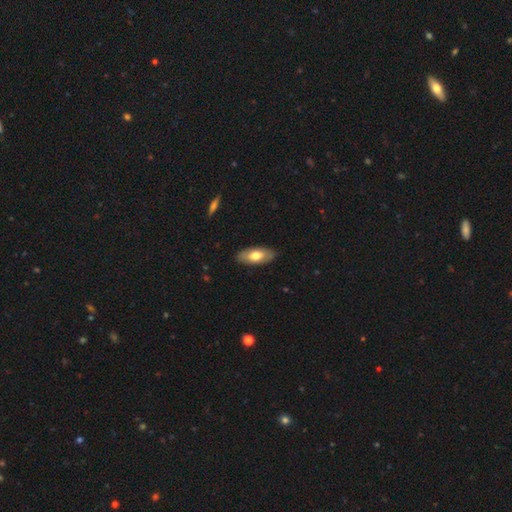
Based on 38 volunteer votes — smooth-or-featured: smooth: 71% | featured or disk: 26% | star or artifact: 3%
  how-rounded: in between: 85% | cigar-shaped: 11% | round: 4%
  merging: none: 84% | minor disturbance: 14% | major disturbance: 3% | merger: 0%